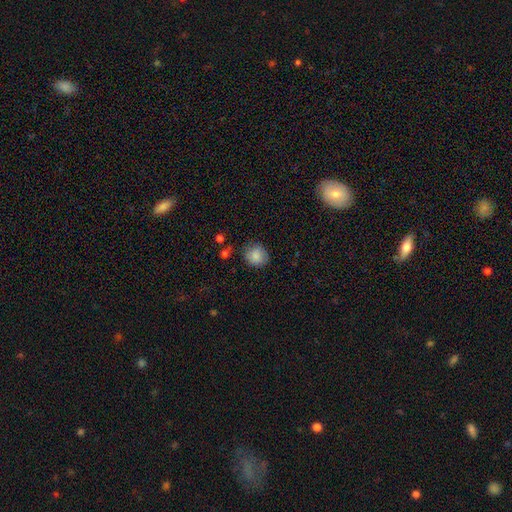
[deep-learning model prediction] smooth_or_featured: smooth (p=0.85) [alt: star or artifact p=0.08]
how_rounded: round (p=0.76) [alt: in between p=0.23]
merging: none (p=0.76) [alt: minor disturbance p=0.18]